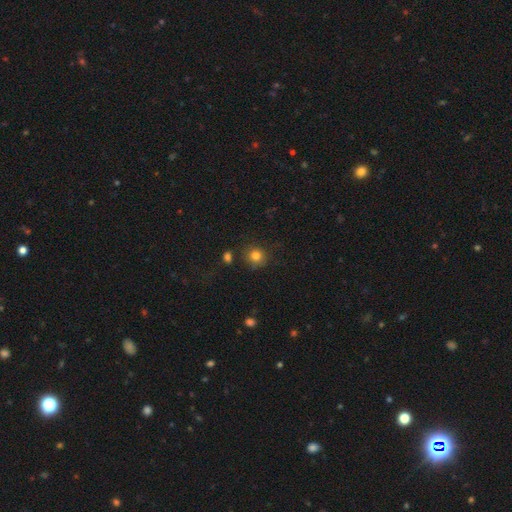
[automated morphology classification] Smooth or featured?
  - smooth: 82% *
  - star or artifact: 12%
  - featured or disk: 6%
How rounded?
  - round: 88% *
  - in between: 11%
  - cigar-shaped: 1%
Merging?
  - none: 81% *
  - minor disturbance: 11%
  - merger: 4%
  - major disturbance: 4%